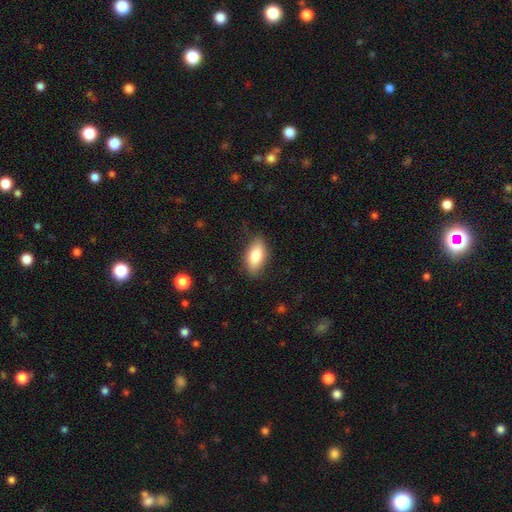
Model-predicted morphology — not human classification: smooth-or-featured: smooth: 80% | featured or disk: 14% | star or artifact: 7%
  how-rounded: in between: 87% | cigar-shaped: 9% | round: 4%
  merging: none: 80% | minor disturbance: 16% | major disturbance: 4% | merger: 1%